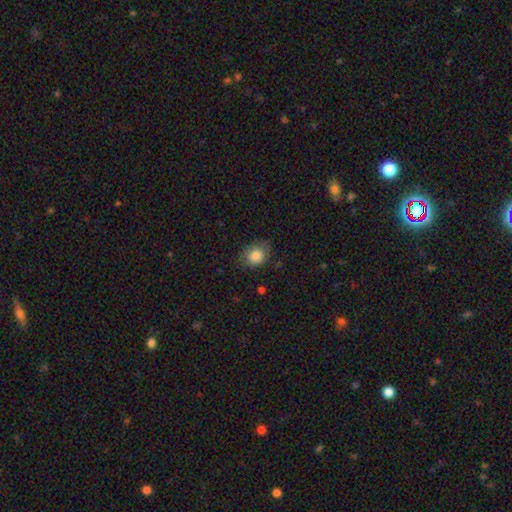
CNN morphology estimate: Smooth or featured? Predicted: smooth (p=0.84). How rounded? Predicted: round (p=0.51). Merging? Predicted: none (p=0.71).